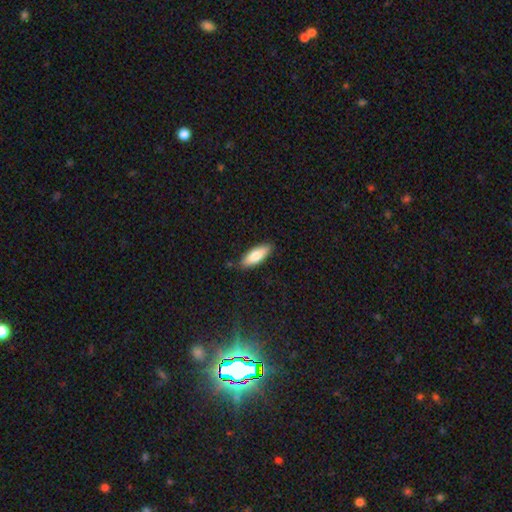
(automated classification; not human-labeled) A smooth galaxy with no disk features (80%) that is in between round and cigar-shaped (66%). Merging: none (84%).